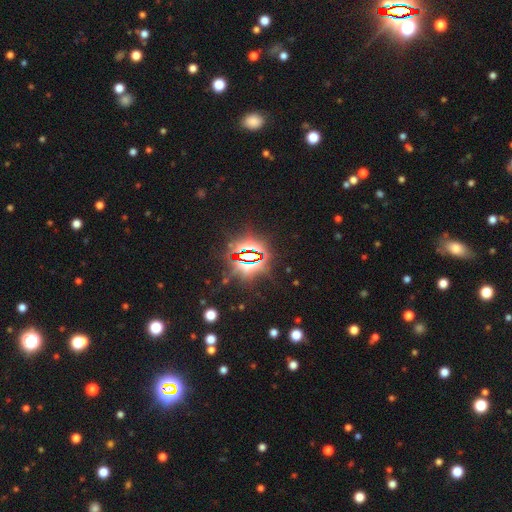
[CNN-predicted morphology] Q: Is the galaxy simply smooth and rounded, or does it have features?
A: star or artifact — 83%.